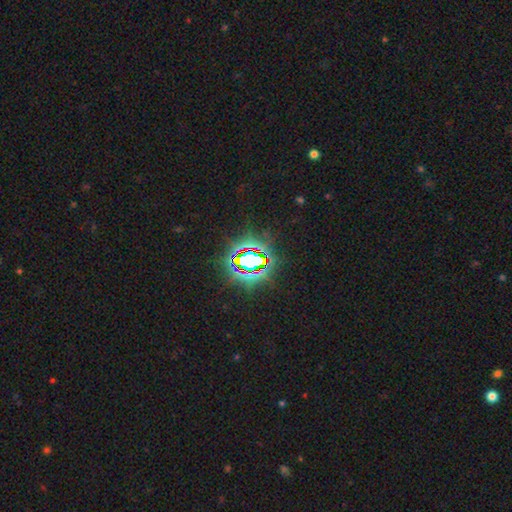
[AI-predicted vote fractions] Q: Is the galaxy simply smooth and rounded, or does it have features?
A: star or artifact — 79%.